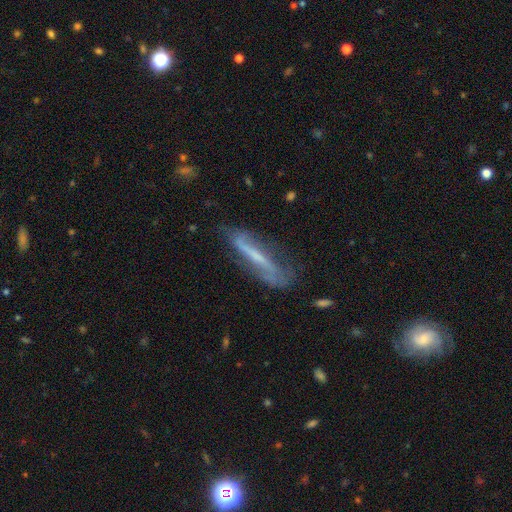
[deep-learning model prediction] smooth-or-featured: featured or disk: 67% | smooth: 25% | star or artifact: 8%
  disk-edge-on: no: 53% | yes: 47%
  merging: none: 59% | minor disturbance: 26% | major disturbance: 12% | merger: 3%